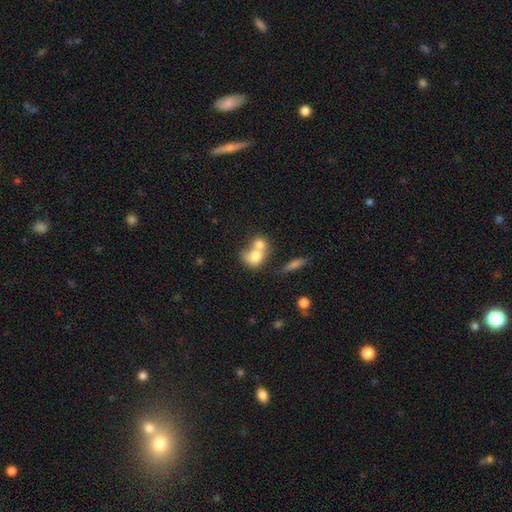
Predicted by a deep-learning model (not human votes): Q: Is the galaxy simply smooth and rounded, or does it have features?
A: smooth — 72%.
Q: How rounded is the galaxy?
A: round — 53%.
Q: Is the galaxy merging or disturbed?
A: merger — 70%.